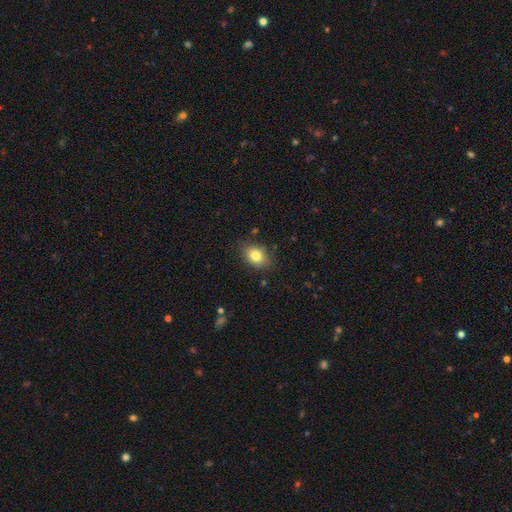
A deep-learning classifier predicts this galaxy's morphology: Smooth or featured? smooth (81%)
How rounded? in between (72%)
Merging? none (82%)